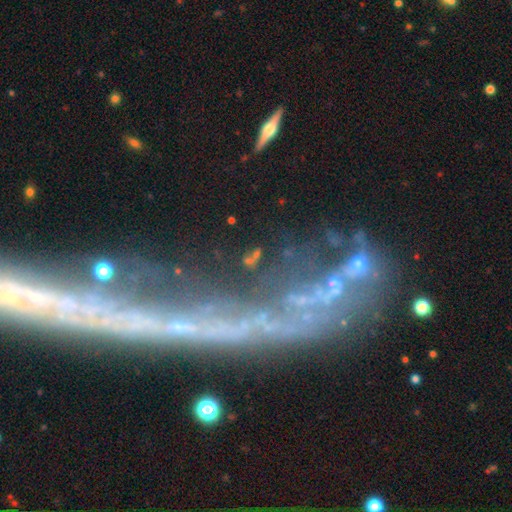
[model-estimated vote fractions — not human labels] This is marginally a featured or disk galaxy (42%). Merging: possibly none (59%).